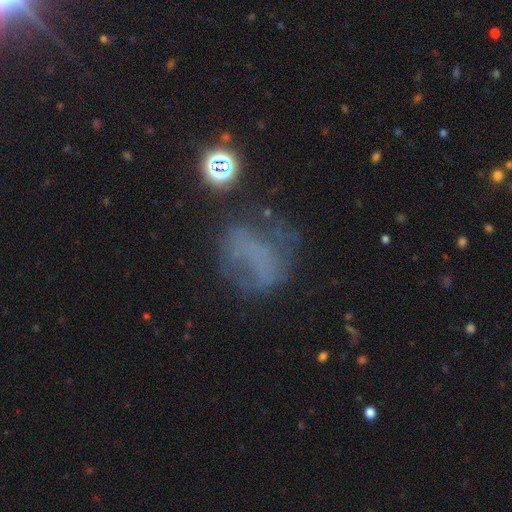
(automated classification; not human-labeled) A smooth galaxy with no disk features (34%). Merging: none (46%).